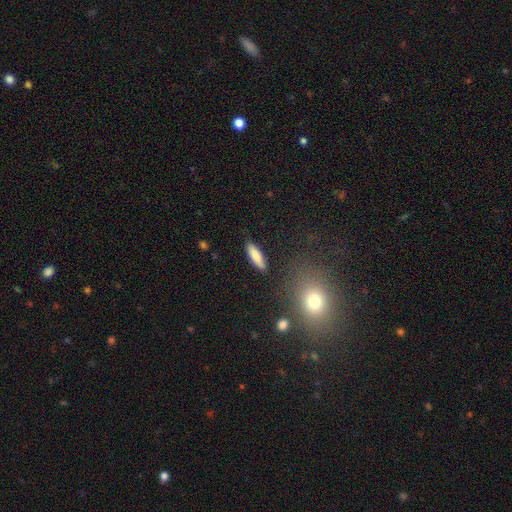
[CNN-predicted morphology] This appears to be a smooth galaxy with no disk features (84%) that is cigar-shaped (63%). Merging: none (87%).